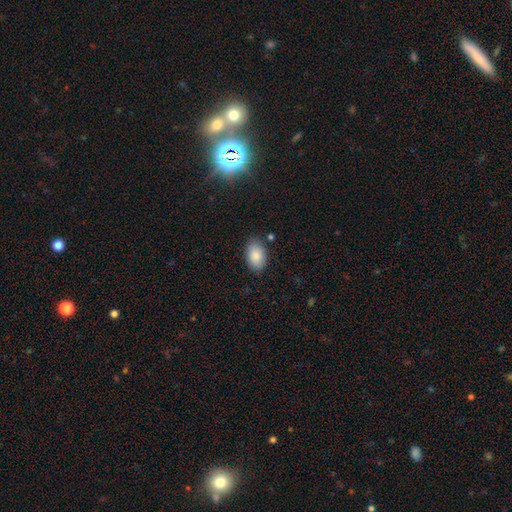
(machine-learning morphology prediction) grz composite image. It shows a smooth galaxy with no disk features (86%) that is in between round and cigar-shaped (90%). Merging: none (83%).